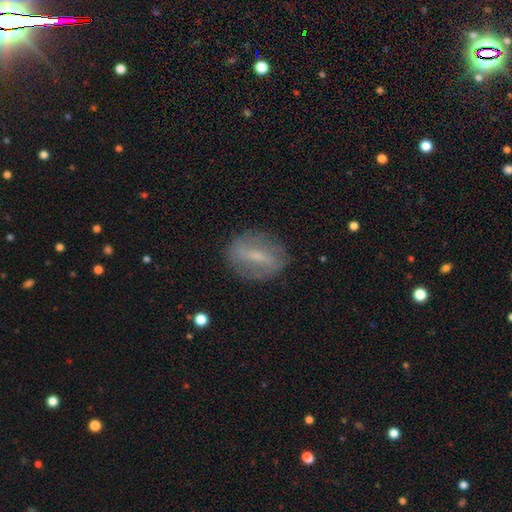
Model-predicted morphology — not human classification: The model was most divided on "spiral arms" (2-way tie): yes: 50%, no: 50%. Remaining: edge-on disk — no (88%); merging — none (82%); bulge size — small (58%); smooth or featured — featured or disk (58%); bar — strong (49%).